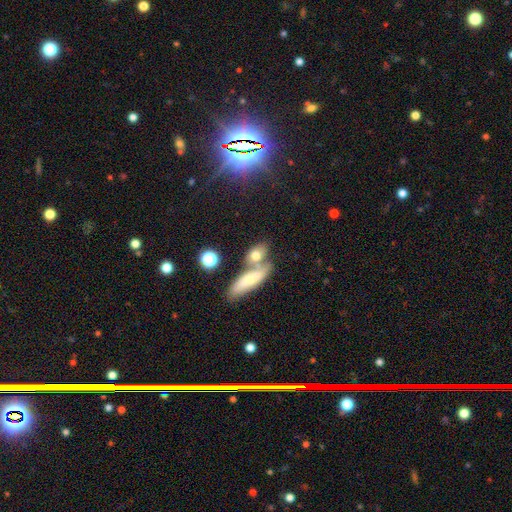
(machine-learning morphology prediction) Q: Smooth or featured?
A: smooth (70%); runner-up: featured or disk (21%)
Q: How rounded?
A: in between (61%); runner-up: round (20%)
Q: Merging?
A: merger (43%); runner-up: none (41%)